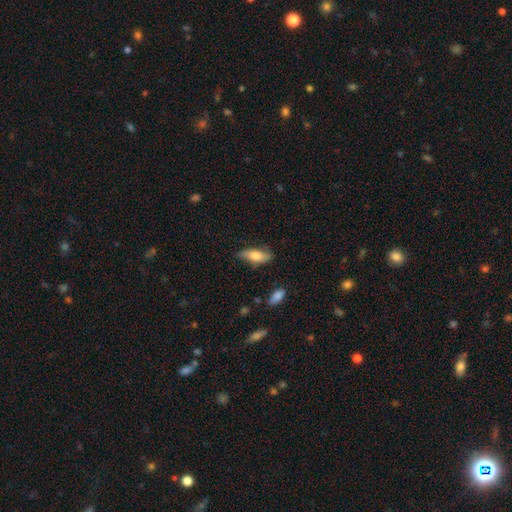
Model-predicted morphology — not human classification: smooth-or-featured: smooth: 66% | featured or disk: 27% | star or artifact: 7%
  how-rounded: in between: 67% | cigar-shaped: 30% | round: 3%
  merging: none: 68% | minor disturbance: 25% | major disturbance: 5% | merger: 2%